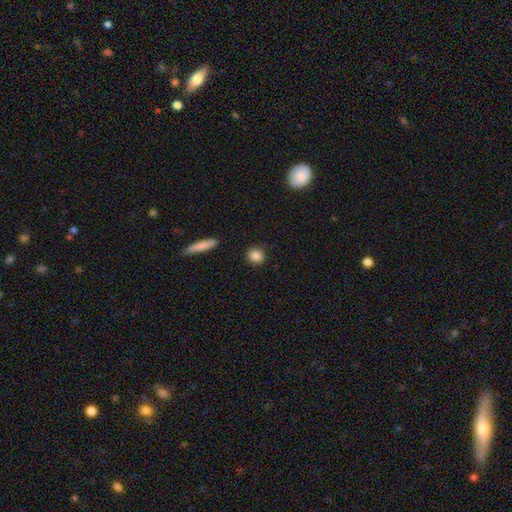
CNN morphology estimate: Smooth or featured?
  - smooth: 86% *
  - star or artifact: 8%
  - featured or disk: 5%
How rounded?
  - round: 84% *
  - in between: 14%
  - cigar-shaped: 2%
Merging?
  - none: 88% *
  - minor disturbance: 8%
  - major disturbance: 2%
  - merger: 2%